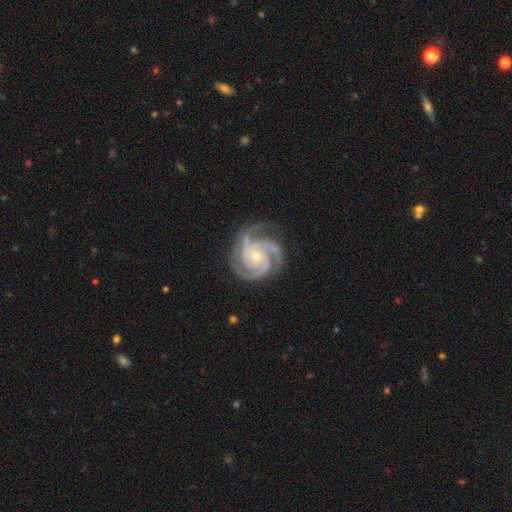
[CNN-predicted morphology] Overall: featured or disk (94%). Edge-on disk: no (98%). Bar: no (75%). Spiral arms: yes (99%). Spiral arm count: 3 (73%). Spiral winding: tight (67%; medium 30%). Bulge size: small (62%; moderate 35%). Merging: none (78%).